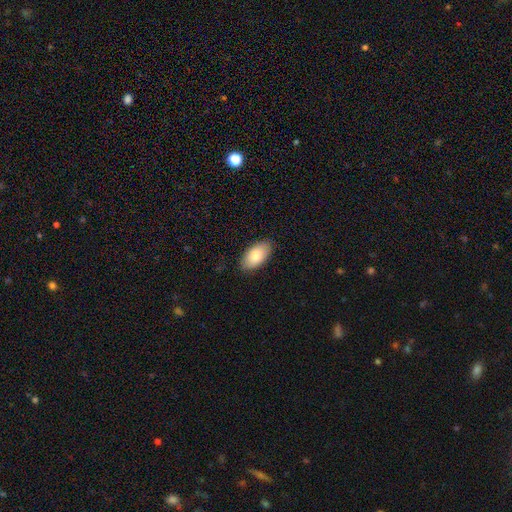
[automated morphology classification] A smooth galaxy with no disk features (85%) that is in between round and cigar-shaped (95%).

Vote fractions:
- Smooth or featured? smooth: 85% / featured or disk: 10% / star or artifact: 6%
- How rounded? in between: 95% / round: 3% / cigar-shaped: 2%
- Merging? none: 87% / minor disturbance: 10% / major disturbance: 2% / merger: 1%